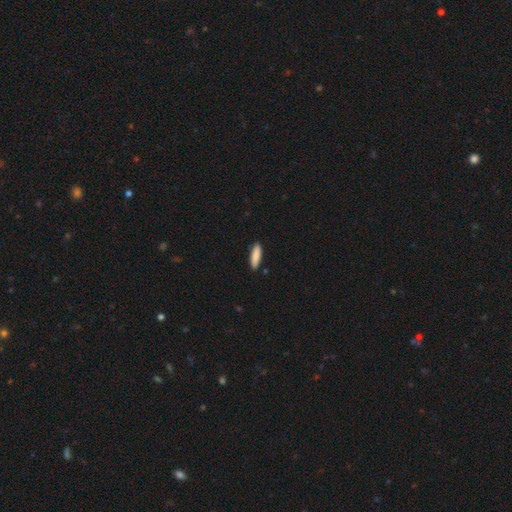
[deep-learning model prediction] Smooth or featured?
  - smooth: 88% *
  - featured or disk: 6%
  - star or artifact: 6%
How rounded?
  - cigar-shaped: 66% *
  - in between: 33%
  - round: 1%
Merging?
  - none: 89% *
  - minor disturbance: 8%
  - major disturbance: 2%
  - merger: 1%